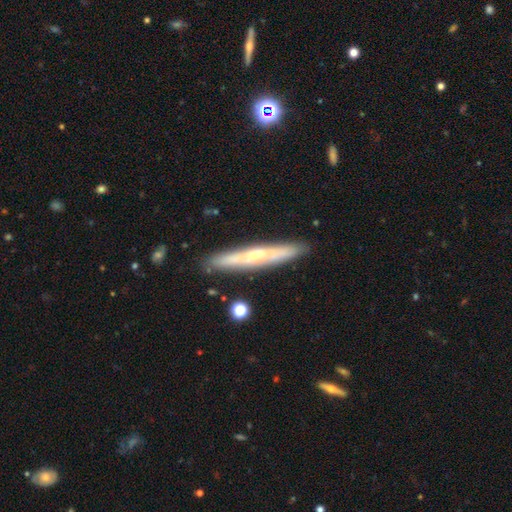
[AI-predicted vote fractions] This is possibly a featured or disk galaxy (59%). It is clearly viewed edge-on (90%). Edge-on bulge: likely rounded (66%). Merging: clearly none (88%).